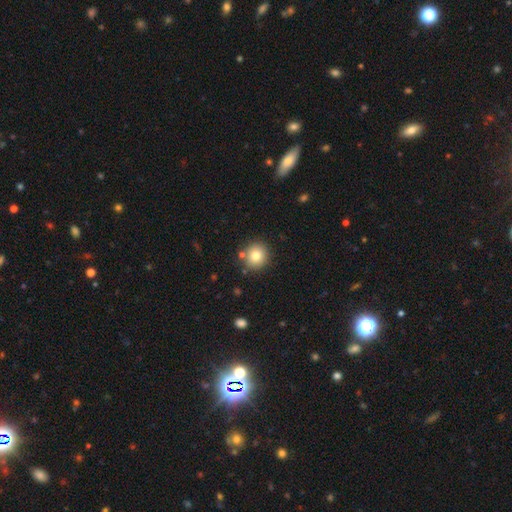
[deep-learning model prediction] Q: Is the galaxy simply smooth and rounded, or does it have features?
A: smooth — 78%.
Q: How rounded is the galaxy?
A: round — 89%.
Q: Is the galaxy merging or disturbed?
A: none — 82%.